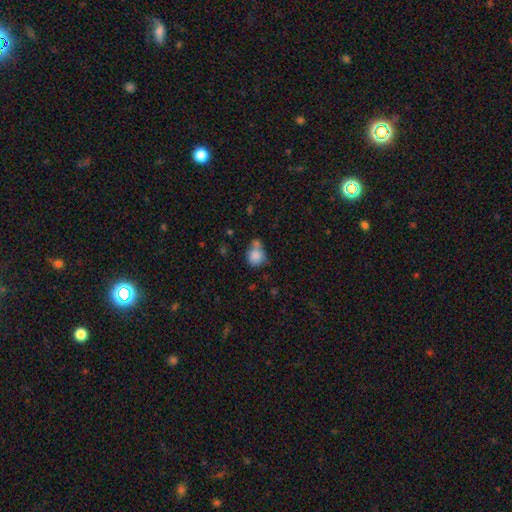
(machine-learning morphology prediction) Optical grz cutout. It shows a smooth galaxy with no disk features (83%) that is round (77%). Merging: none (42%).